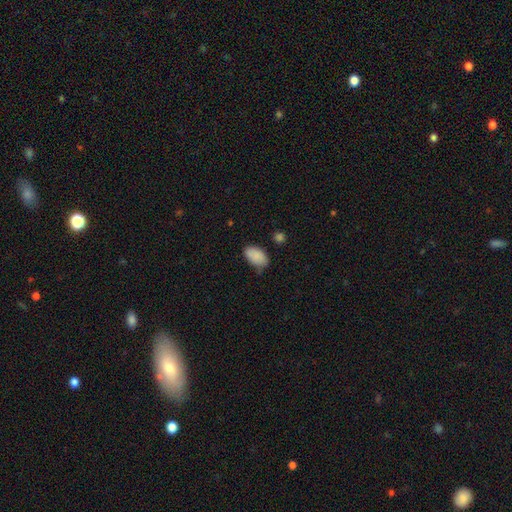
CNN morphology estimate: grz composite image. It shows a smooth galaxy with no disk features (87%) that is in between round and cigar-shaped (93%). Merging: none (61%).